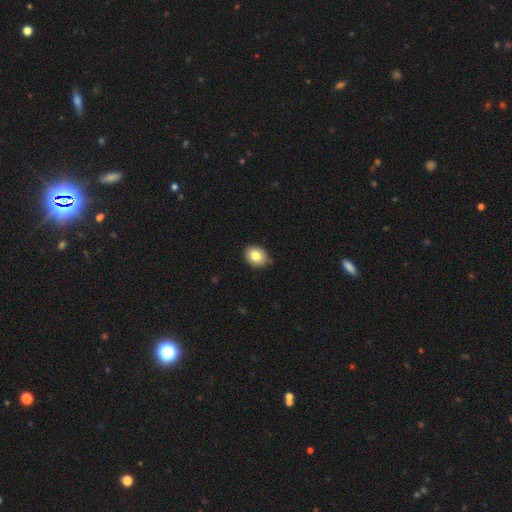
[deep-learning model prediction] Smooth or featured? Predicted: smooth (p=0.82). How rounded? Predicted: round (p=0.52). Merging? Predicted: none (p=0.82).